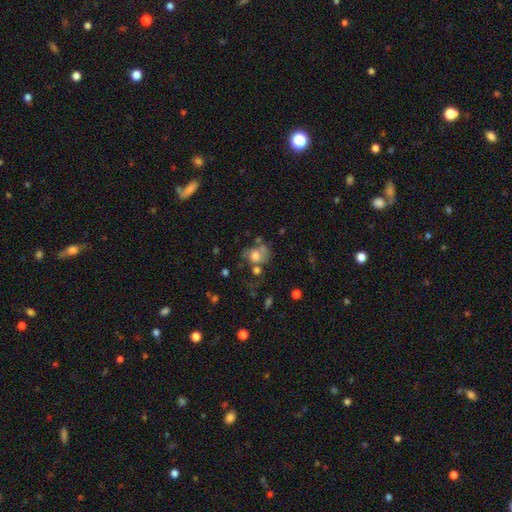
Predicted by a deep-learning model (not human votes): smooth_or_featured: smooth (p=0.60) [alt: featured or disk p=0.28]
how_rounded: round (p=0.53) [alt: in between p=0.46]
merging: none (p=0.32) [alt: merger p=0.28]